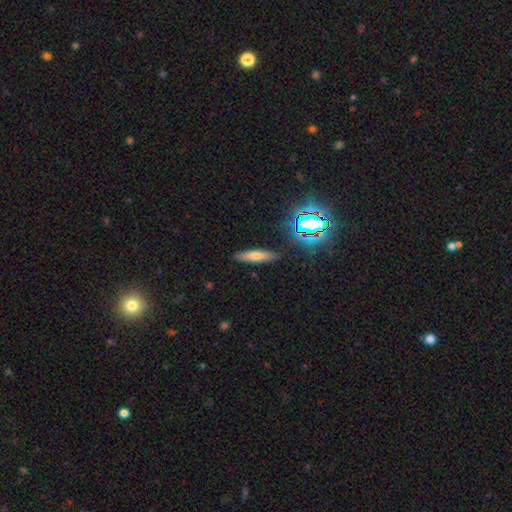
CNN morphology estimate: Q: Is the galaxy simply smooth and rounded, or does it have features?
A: smooth — 61%.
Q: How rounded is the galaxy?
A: cigar-shaped — 77%.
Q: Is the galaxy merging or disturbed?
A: none — 88%.